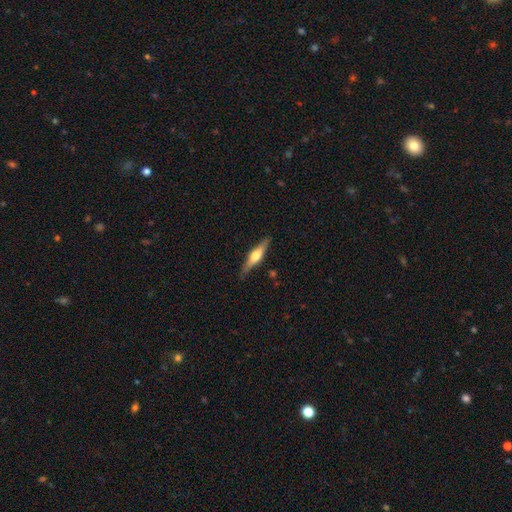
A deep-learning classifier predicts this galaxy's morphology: type=featured or disk (59%); edge-on=yes (95%); edge-on bulge=rounded (89%); merging=none (84%).